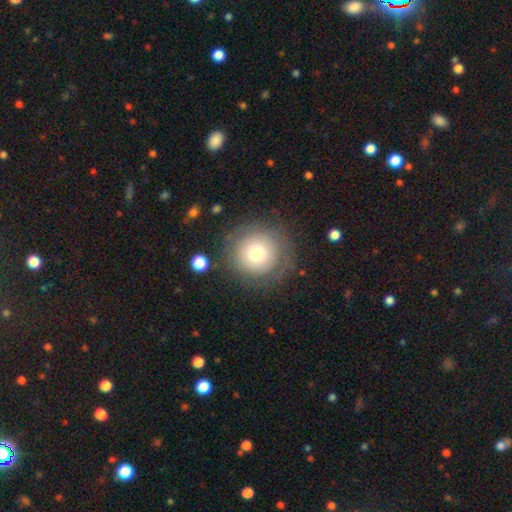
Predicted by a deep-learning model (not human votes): Smooth or featured?
  - smooth: 63% *
  - featured or disk: 26%
  - star or artifact: 10%
How rounded?
  - round: 94% *
  - in between: 5%
  - cigar-shaped: 1%
Merging?
  - none: 79% *
  - minor disturbance: 12%
  - major disturbance: 7%
  - merger: 2%